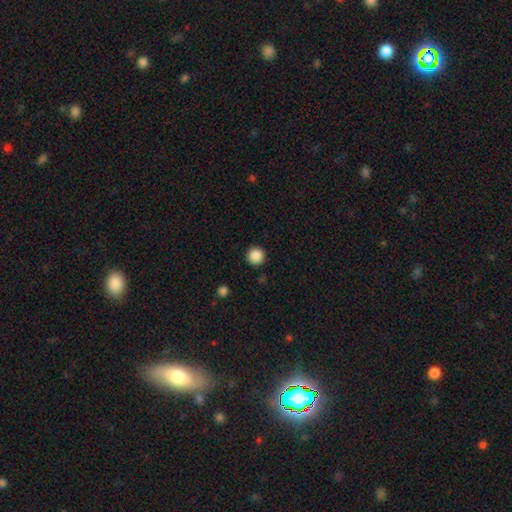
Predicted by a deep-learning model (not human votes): This appears to be a smooth galaxy with no disk features (88%) that is round (96%). Merging: none (93%).